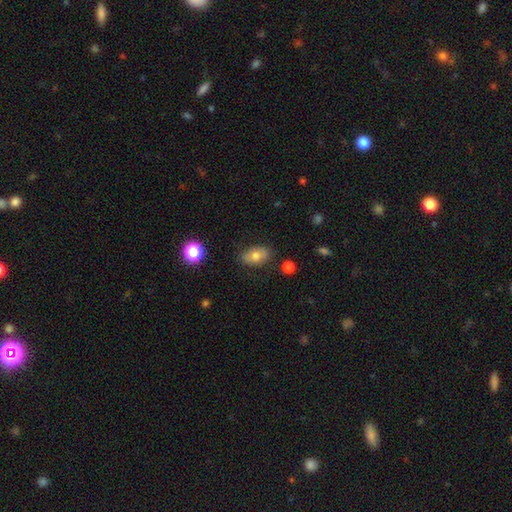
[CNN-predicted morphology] Q: Smooth or featured?
A: smooth (72%); runner-up: featured or disk (19%)
Q: How rounded?
A: in between (87%); runner-up: round (11%)
Q: Merging?
A: none (81%); runner-up: minor disturbance (14%)